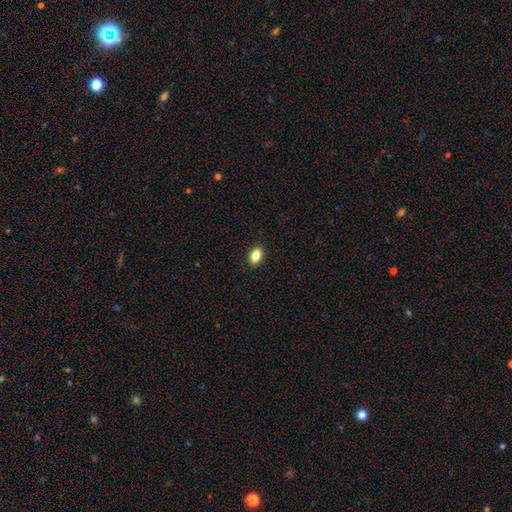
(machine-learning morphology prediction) smooth_or_featured: smooth (p=0.83) [alt: star or artifact p=0.08]
how_rounded: in between (p=0.87) [alt: round p=0.10]
merging: none (p=0.90) [alt: minor disturbance p=0.07]